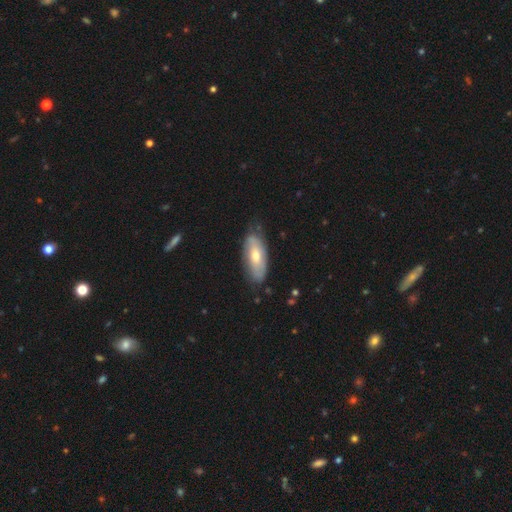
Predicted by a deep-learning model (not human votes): Smooth or featured: smooth — 50% (featured or disk — 44%)
Merging: none — 74% (minor disturbance — 21%)